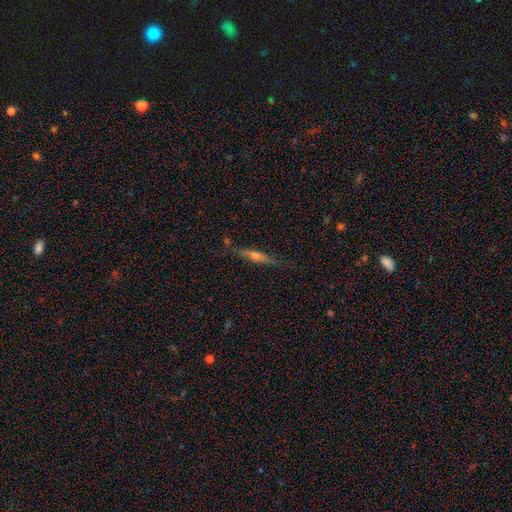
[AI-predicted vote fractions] Q: Smooth or featured?
A: featured or disk (60%); runner-up: smooth (32%)
Q: Edge-on disk?
A: yes (95%); runner-up: no (5%)
Q: Edge-on bulge?
A: rounded (79%); runner-up: none (12%)
Q: Merging?
A: none (81%); runner-up: minor disturbance (14%)